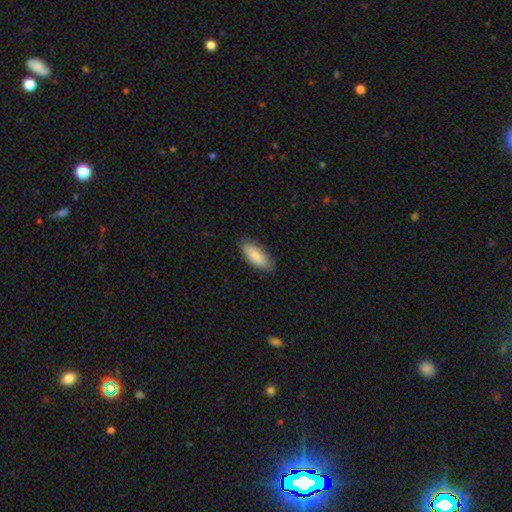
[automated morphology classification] This appears to be a smooth galaxy with no disk features (80%) that is in between round and cigar-shaped (81%). Merging: none (85%).